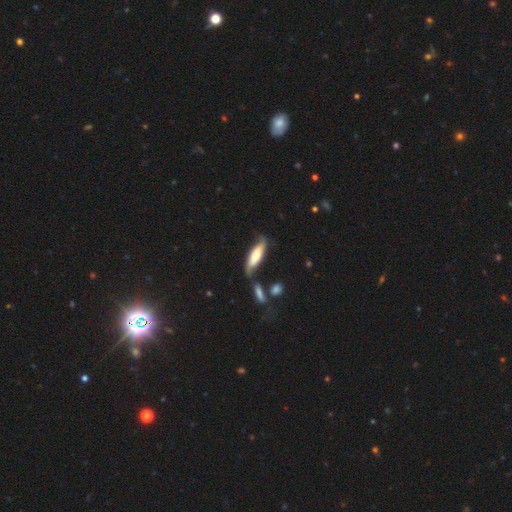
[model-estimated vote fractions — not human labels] Morphology: type=smooth (58%); roundness=cigar-shaped (61%); merging=none (59%).